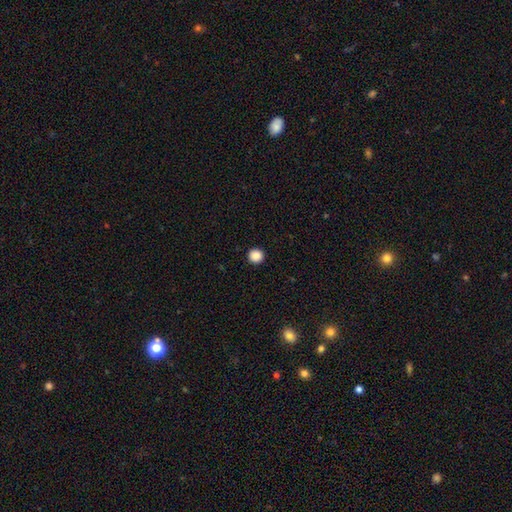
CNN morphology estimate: Smooth or featured? Predicted: smooth (p=0.88). How rounded? Predicted: round (p=0.96). Merging? Predicted: none (p=0.94).